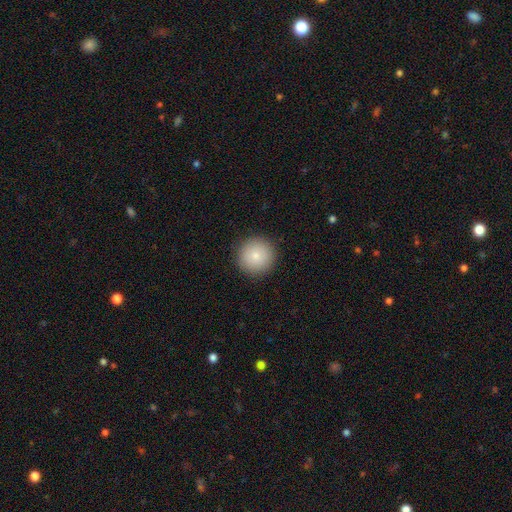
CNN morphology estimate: smooth-or-featured: smooth: 83% | featured or disk: 8% | star or artifact: 8%
  how-rounded: round: 96% | in between: 3% | cigar-shaped: 1%
  merging: none: 91% | minor disturbance: 6% | major disturbance: 2% | merger: 1%